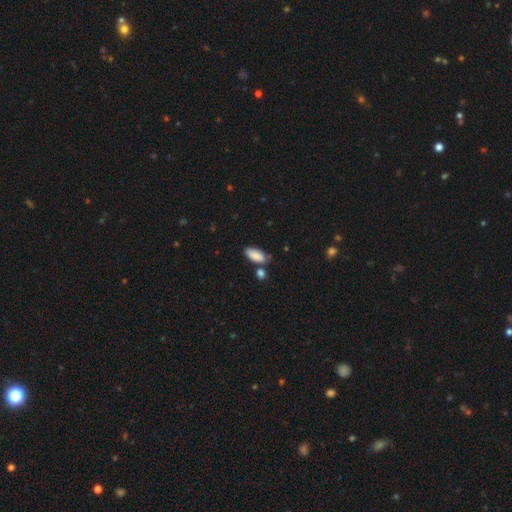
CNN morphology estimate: A smooth galaxy with no disk features (87%) that is in between round and cigar-shaped (86%).

Vote fractions:
- Smooth or featured? smooth: 87% / star or artifact: 7% / featured or disk: 6%
- How rounded? in between: 86% / cigar-shaped: 11% / round: 2%
- Merging? none: 68% / minor disturbance: 17% / merger: 12% / major disturbance: 4%